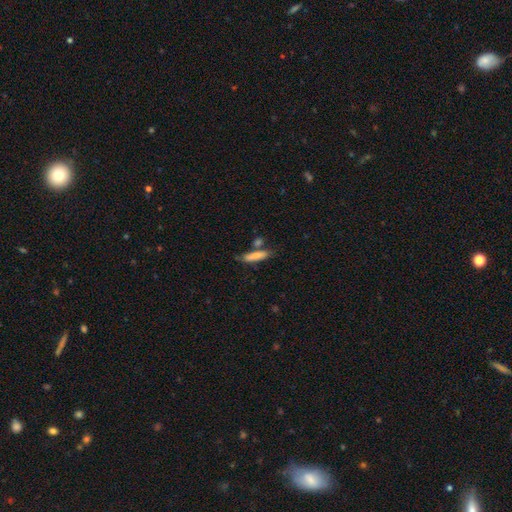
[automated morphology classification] This is clearly a smooth galaxy (81%). How rounded: likely cigar-shaped (79%). Merging: likely none (70%).